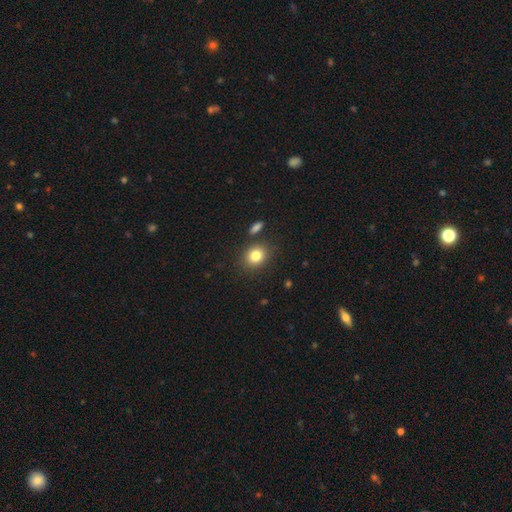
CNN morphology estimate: Smooth or featured? smooth (82%)
How rounded? round (62%)
Merging? none (80%)